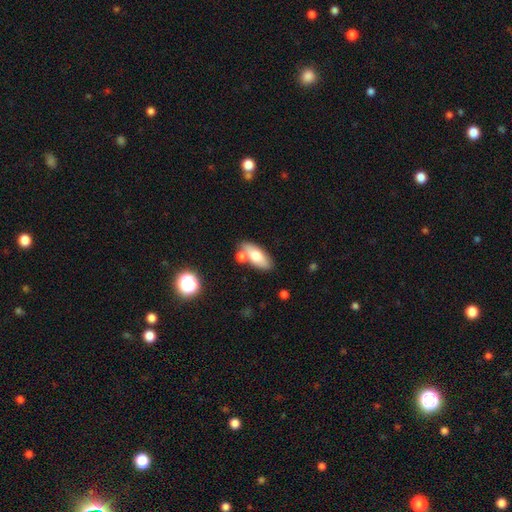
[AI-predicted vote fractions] Smooth or featured? Predicted: smooth (p=0.71). How rounded? Predicted: in between (p=0.79). Merging? Predicted: none (p=0.67).